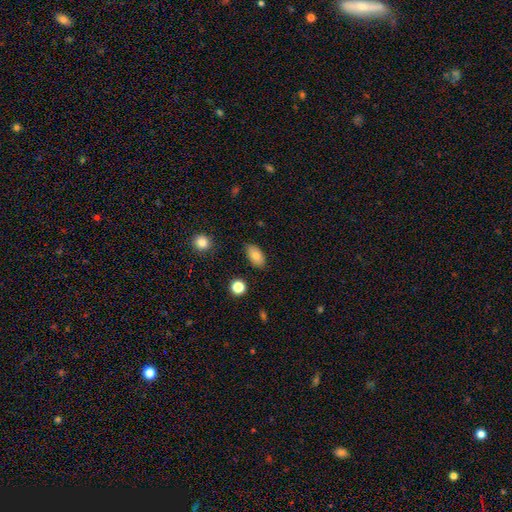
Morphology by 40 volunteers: A smooth galaxy with no disk features (92%) that is in between round and cigar-shaped (92%).

Vote fractions:
- Smooth or featured? smooth: 92% / featured or disk: 8% / star or artifact: 0%
- How rounded? in between: 92% / round: 5% / cigar-shaped: 3%
- Merging? none: 82% / minor disturbance: 12% / merger: 5% / major disturbance: 0%